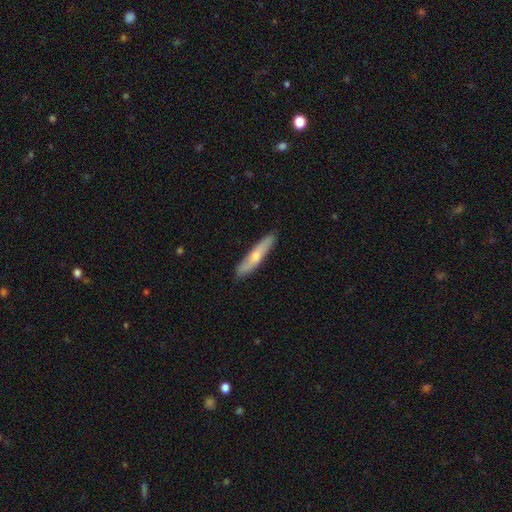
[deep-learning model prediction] Q: Smooth or featured?
A: featured or disk (48%); runner-up: smooth (43%)
Q: Merging?
A: none (88%); runner-up: minor disturbance (9%)